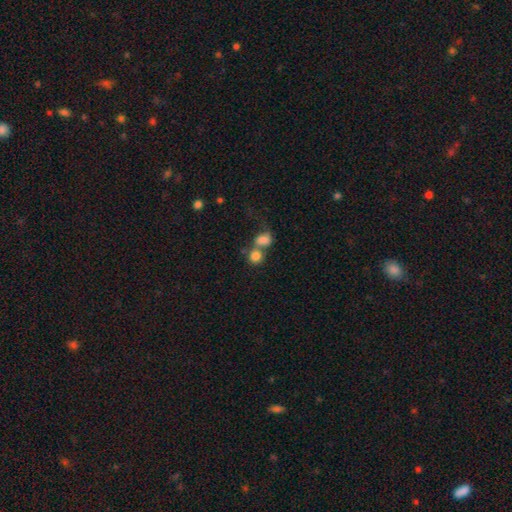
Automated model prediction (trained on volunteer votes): Smooth or featured?
  - smooth: 80% *
  - star or artifact: 10%
  - featured or disk: 10%
How rounded?
  - round: 80% *
  - in between: 19%
  - cigar-shaped: 1%
Merging?
  - merger: 56% *
  - none: 31%
  - minor disturbance: 7%
  - major disturbance: 6%